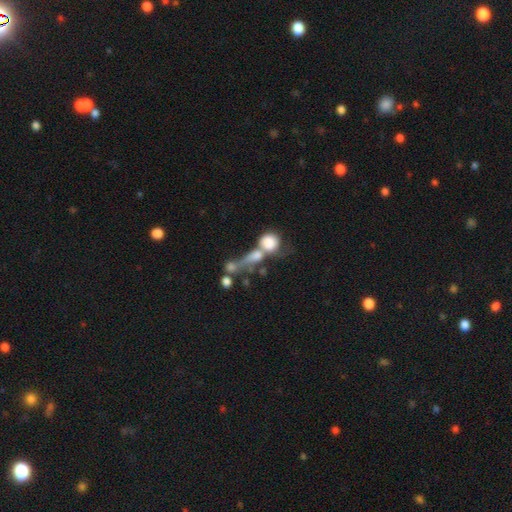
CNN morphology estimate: This appears to be a smooth galaxy with no disk features (63%) that is round (57%). Merging: merger (58%).